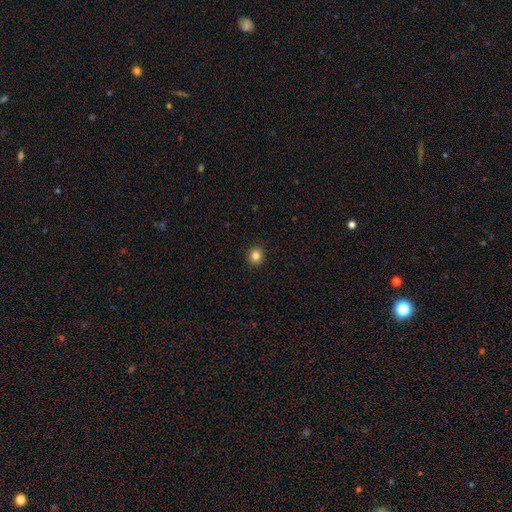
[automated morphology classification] A smooth galaxy with no disk features (84%) that is round (86%). Merging: none (92%).